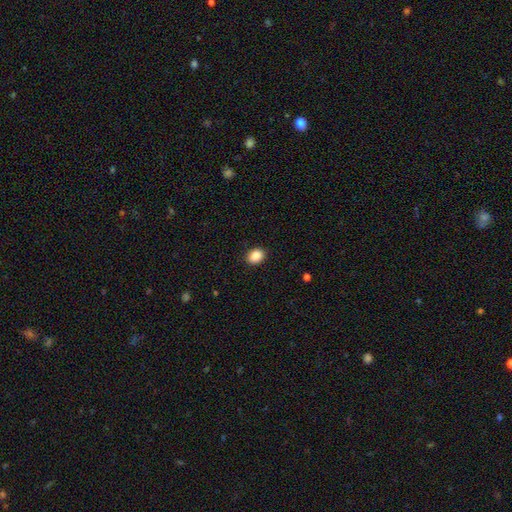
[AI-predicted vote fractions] Smooth or featured? smooth (88%)
How rounded? in between (53%)
Merging? none (90%)